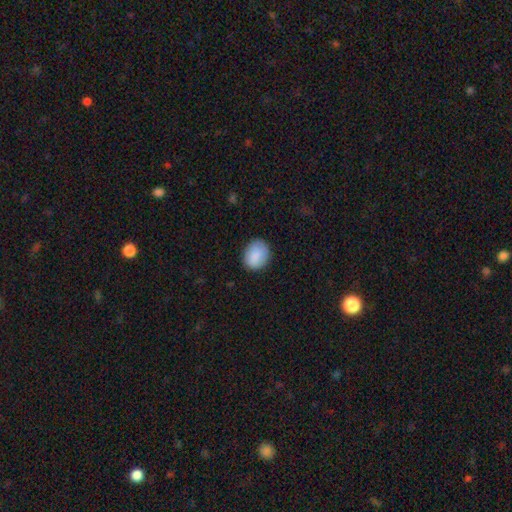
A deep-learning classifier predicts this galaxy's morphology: The model was most divided on "how rounded": in between: 50%, round: 49%, cigar-shaped: 1%. More confident: smooth or featured — smooth (86%); merging — none (82%).